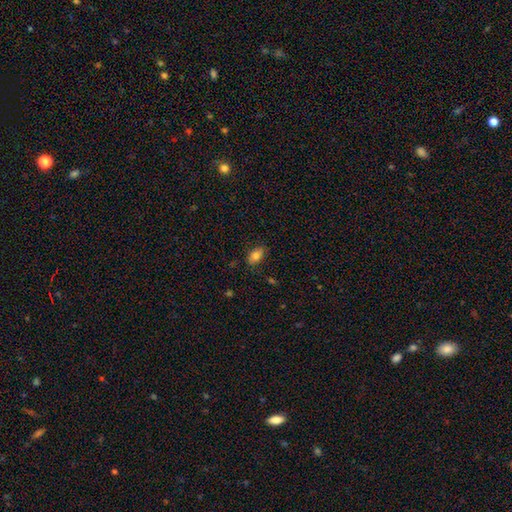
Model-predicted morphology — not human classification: Smooth or featured?
  - smooth: 80% *
  - featured or disk: 11%
  - star or artifact: 9%
How rounded?
  - in between: 88% *
  - round: 7%
  - cigar-shaped: 4%
Merging?
  - none: 80% *
  - minor disturbance: 15%
  - major disturbance: 3%
  - merger: 1%